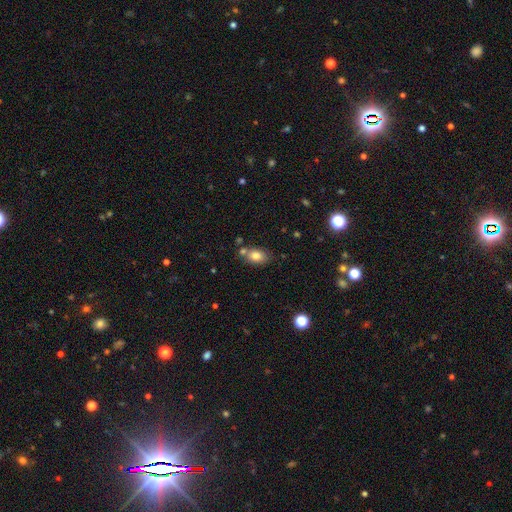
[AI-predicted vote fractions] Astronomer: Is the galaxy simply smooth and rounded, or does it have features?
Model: smooth — 79%.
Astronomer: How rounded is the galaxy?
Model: in between — 81%.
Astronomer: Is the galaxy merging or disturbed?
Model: none — 66%.